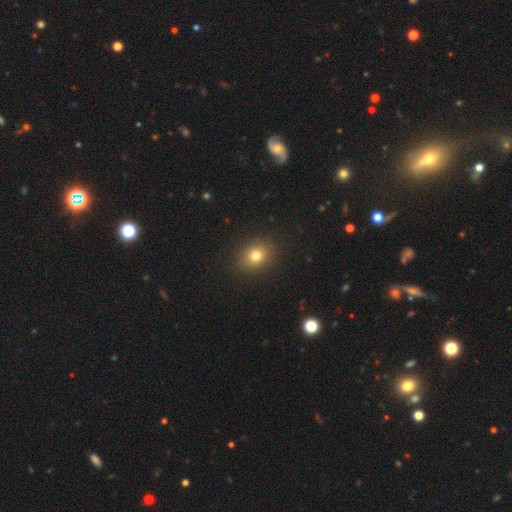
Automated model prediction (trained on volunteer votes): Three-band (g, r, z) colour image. It shows a smooth galaxy with no disk features (79%) that is round (50%). Merging: none (89%).